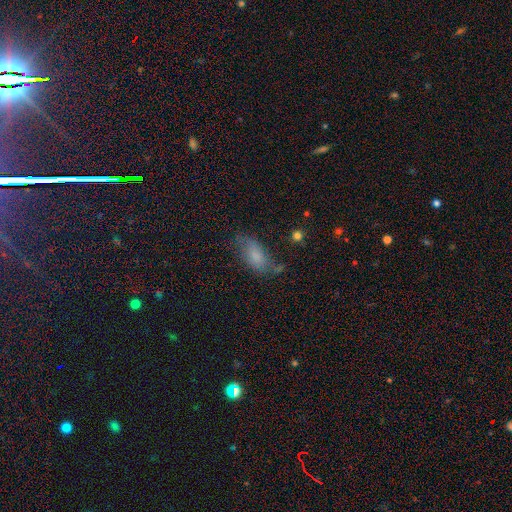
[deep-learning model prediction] smooth_or_featured: smooth (p=0.68) [alt: featured or disk p=0.21]
how_rounded: in between (p=0.87) [alt: cigar-shaped p=0.09]
merging: none (p=0.55) [alt: minor disturbance p=0.28]